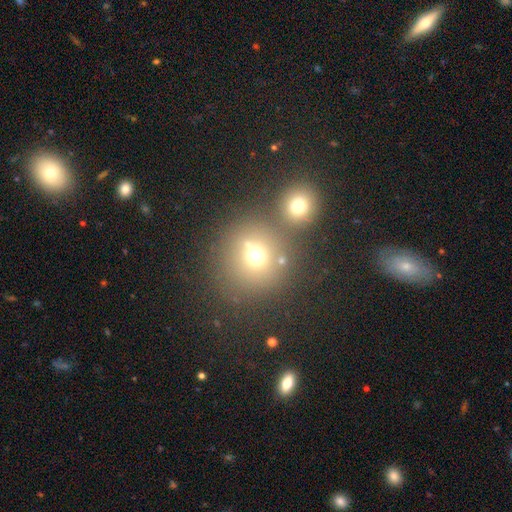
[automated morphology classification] smooth_or_featured: smooth (p=0.68) [alt: star or artifact p=0.19]
how_rounded: round (p=0.89) [alt: in between p=0.10]
merging: none (p=0.52) [alt: merger p=0.35]